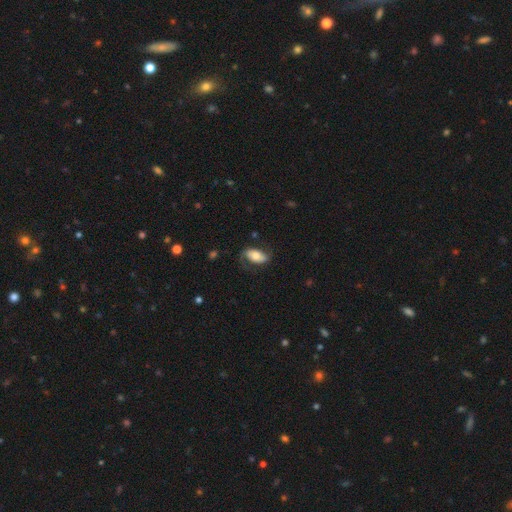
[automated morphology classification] Smooth or featured: featured or disk — 47% (smooth — 46%)
Merging: none — 62% (minor disturbance — 21%)